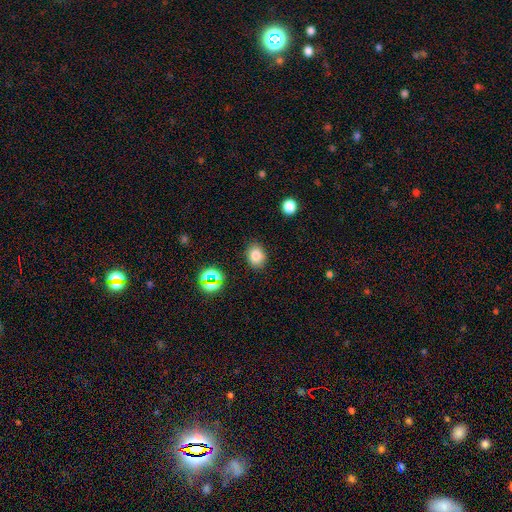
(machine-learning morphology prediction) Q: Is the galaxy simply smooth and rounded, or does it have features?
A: smooth — 80%.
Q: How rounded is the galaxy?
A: in between — 55%.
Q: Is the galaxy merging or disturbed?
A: none — 86%.